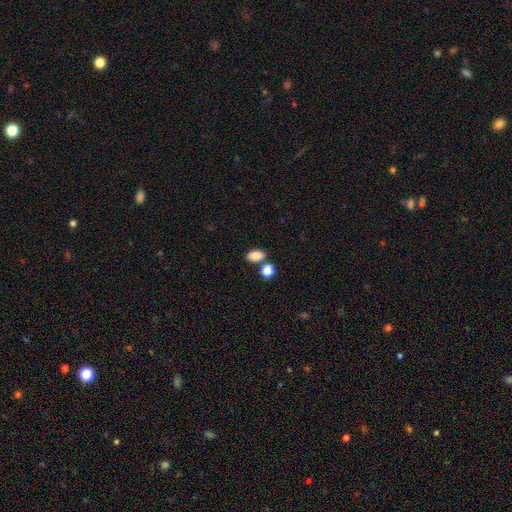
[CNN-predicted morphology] smooth 86%, star or artifact 10%, featured or disk 4%. Down the decision tree: how rounded — in between (84%); merging — none (72%).